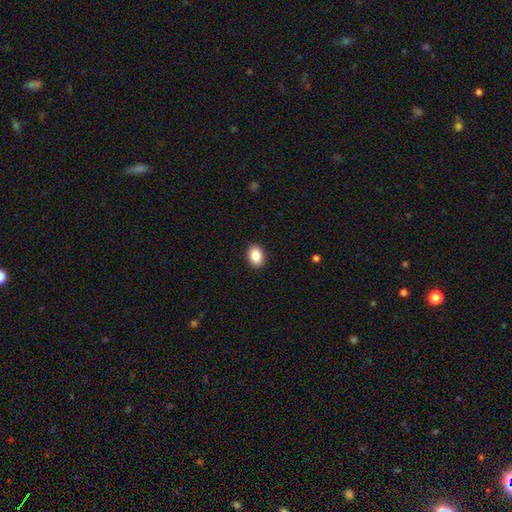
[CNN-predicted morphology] Smooth or featured? Predicted: smooth (p=0.89). How rounded? Predicted: in between (p=0.81). Merging? Predicted: none (p=0.91).